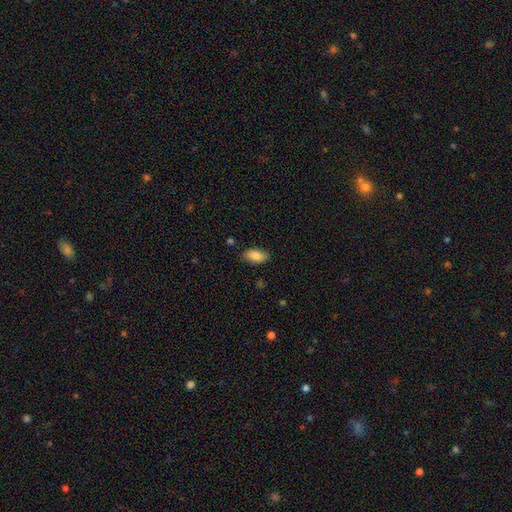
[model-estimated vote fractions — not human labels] Smooth or featured: smooth — 86% (featured or disk — 7%)
How rounded: in between — 93% (cigar-shaped — 4%)
Merging: none — 85% (minor disturbance — 11%)